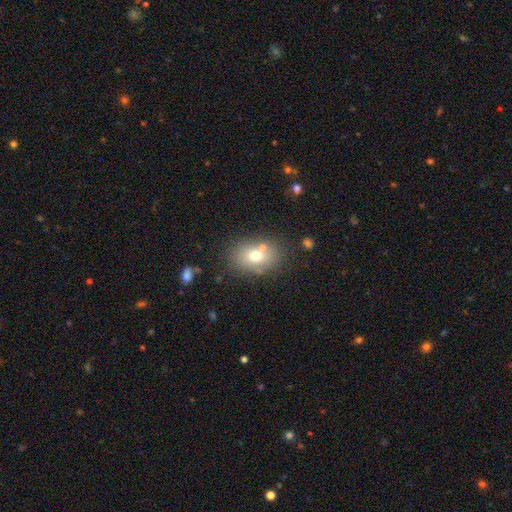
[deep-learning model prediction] Smooth or featured? Predicted: smooth (p=0.70). How rounded? Predicted: in between (p=0.70). Merging? Predicted: none (p=0.70).